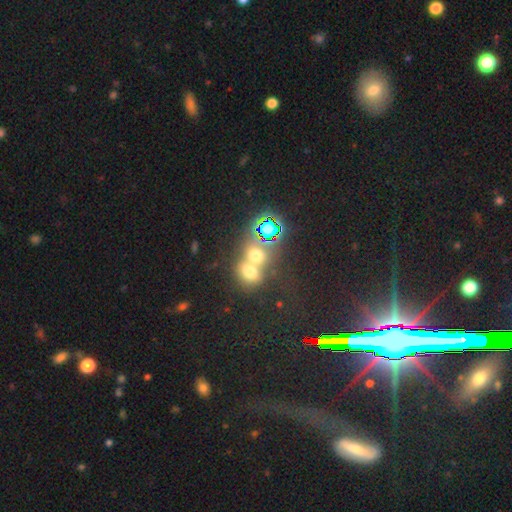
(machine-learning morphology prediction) Overall: smooth (56%; star or artifact 30%). How rounded: round (62%; in between 36%). Merging: merger (61%; none 29%).